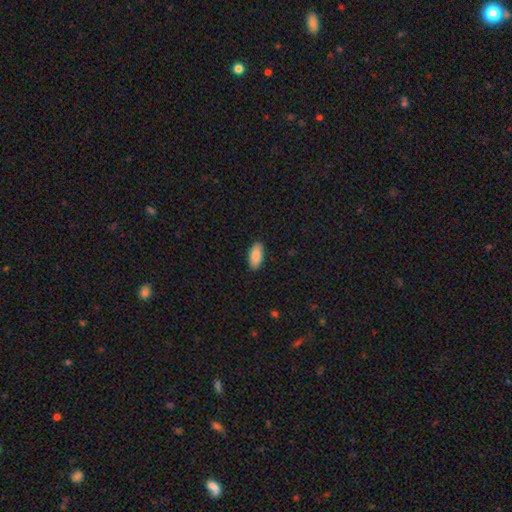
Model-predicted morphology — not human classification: A smooth galaxy with no disk features (88%) that is in between round and cigar-shaped (88%). Merging: none (90%).